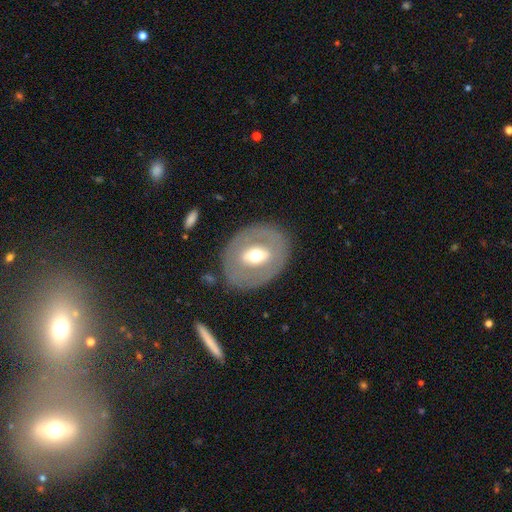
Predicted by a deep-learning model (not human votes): Smooth or featured?
  - featured or disk: 59% *
  - smooth: 35%
  - star or artifact: 6%
Edge-on disk?
  - no: 90% *
  - yes: 10%
Bar?
  - weak: 35% *
  - strong: 34%
  - no: 31%
Spiral arms?
  - no: 87% *
  - yes: 13%
Bulge size?
  - moderate: 68% *
  - large: 16%
  - small: 13%
  - dominant: 2%
  - none: 1%
Merging?
  - none: 82% *
  - minor disturbance: 10%
  - major disturbance: 6%
  - merger: 2%